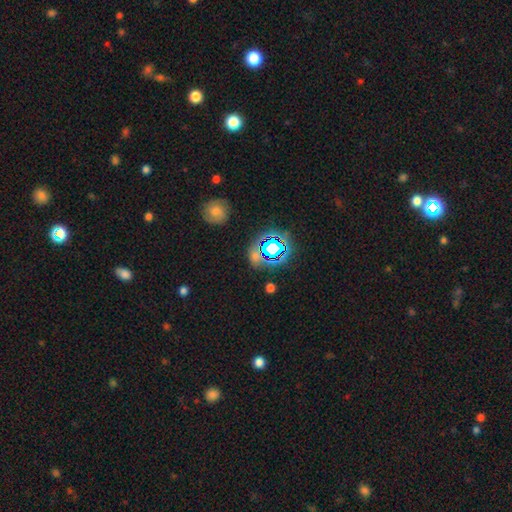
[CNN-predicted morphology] Smooth or featured?
  - star or artifact: 56% *
  - smooth: 32%
  - featured or disk: 12%